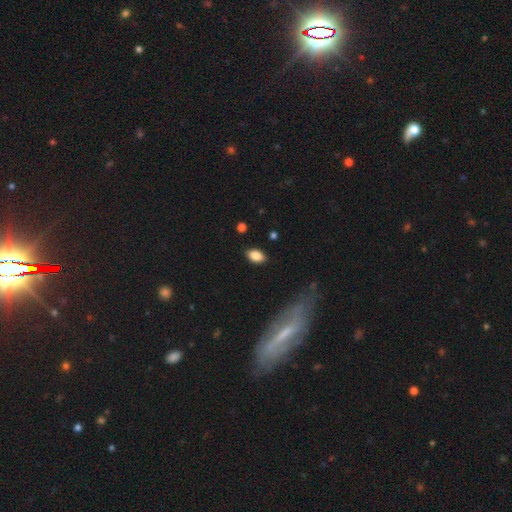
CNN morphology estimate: This appears to be a smooth galaxy with no disk features (86%) that is in between round and cigar-shaped (91%). Merging: none (87%).